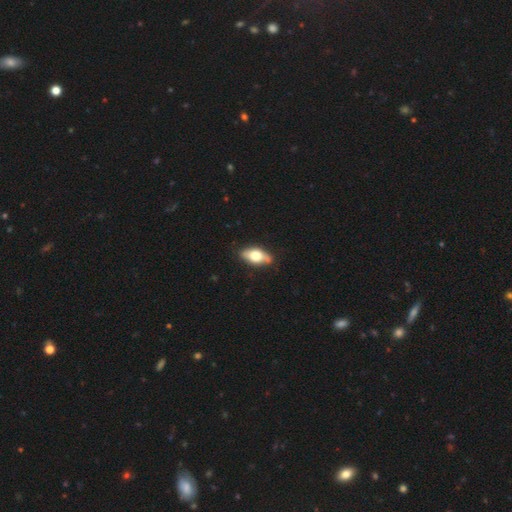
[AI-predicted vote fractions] smooth 62%, featured or disk 31%, star or artifact 6%. Down the decision tree: how rounded — in between (86%); merging — none (80%).